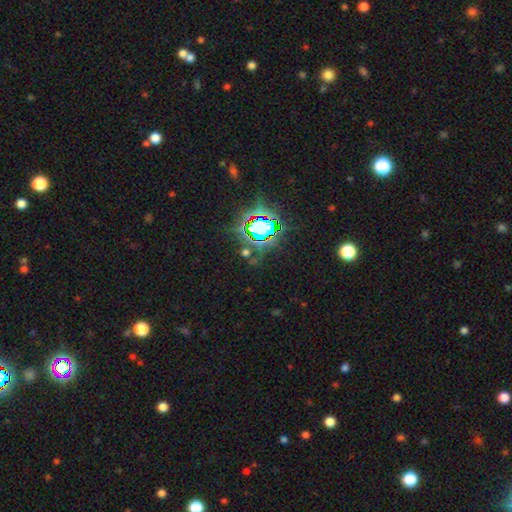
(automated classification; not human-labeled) Q: Smooth or featured?
A: star or artifact (79%); runner-up: smooth (12%)